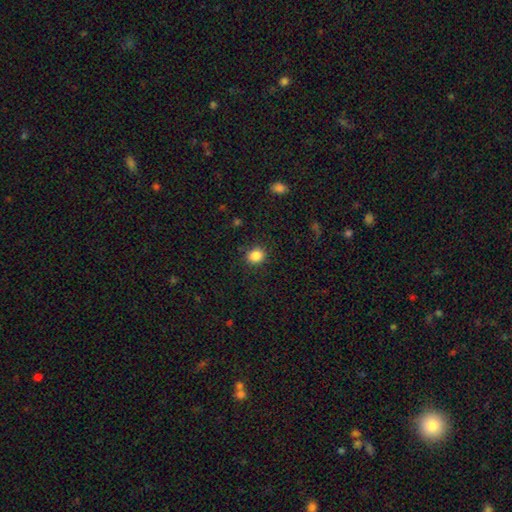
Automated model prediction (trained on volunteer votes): The model was most divided on "how rounded": round: 68%, in between: 31%, cigar-shaped: 1%. More confident: merging — none (87%); smooth or featured — smooth (85%).